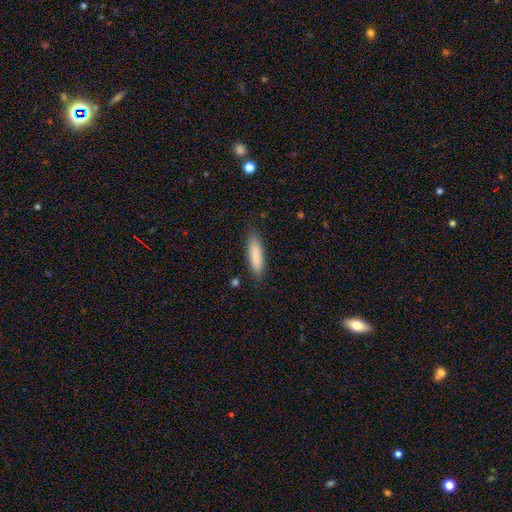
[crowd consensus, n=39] This appears to be a smooth galaxy with no disk features (79%) that is cigar-shaped (68%). Merging: none (92%).